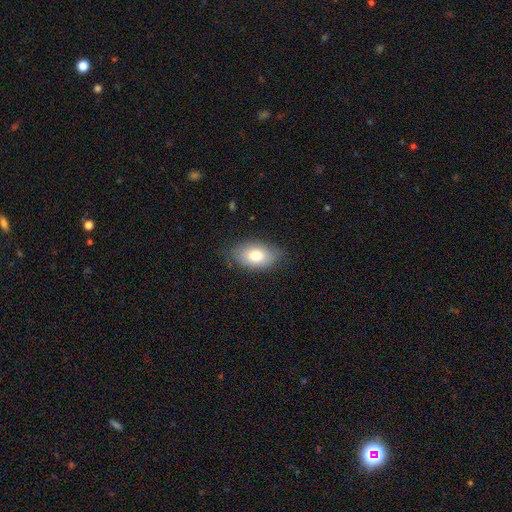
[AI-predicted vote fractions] Morphology: type=smooth (76%); roundness=in between (92%); merging=none (75%).